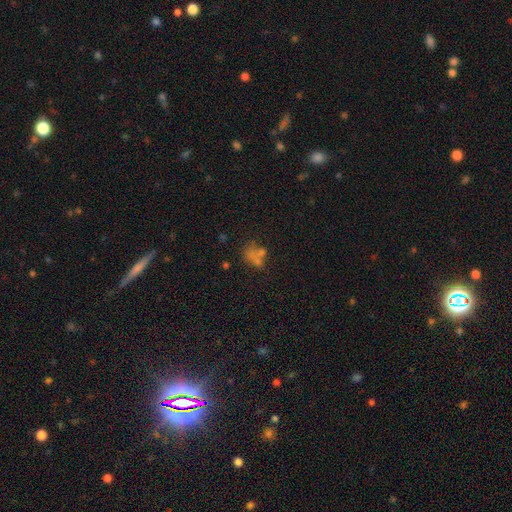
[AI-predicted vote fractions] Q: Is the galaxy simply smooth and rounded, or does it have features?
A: smooth — 55%.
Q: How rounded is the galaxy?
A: in between — 56%.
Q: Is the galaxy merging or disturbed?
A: none — 37%.